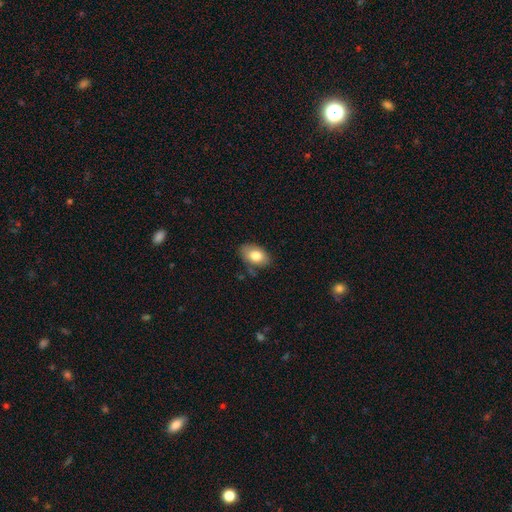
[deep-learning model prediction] Overall: smooth (79%). How rounded: in between (89%). Merging: none (72%).